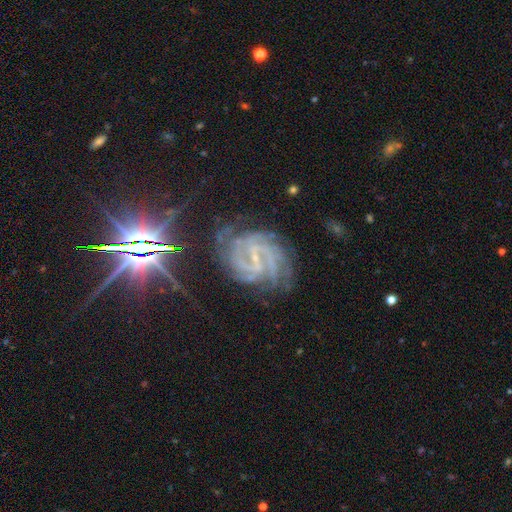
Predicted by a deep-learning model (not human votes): smooth-or-featured: featured or disk: 77% | star or artifact: 17% | smooth: 6%
  disk-edge-on: no: 96% | yes: 4%
    bar: weak: 43% | strong: 32% | no: 24%
    has-spiral-arms: yes: 97% | no: 3%
      spiral-winding: tight: 60% | medium: 34% | loose: 6%
      spiral-arm-count: 2: 31% | 3: 22% | can't tell: 20% | 4: 12% | more than 4: 7% | 1: 7%
    bulge-size: small: 70% | none: 17% | moderate: 11% | large: 1% | dominant: 1%
  merging: none: 73% | minor disturbance: 17% | major disturbance: 9% | merger: 2%